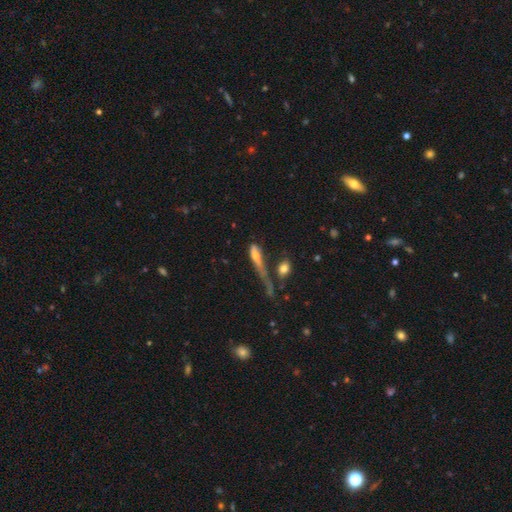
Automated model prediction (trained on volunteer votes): smooth_or_featured: smooth (p=0.53) [alt: featured or disk p=0.37]
how_rounded: cigar-shaped (p=0.55) [alt: in between p=0.40]
merging: major disturbance (p=0.35) [alt: merger p=0.26]